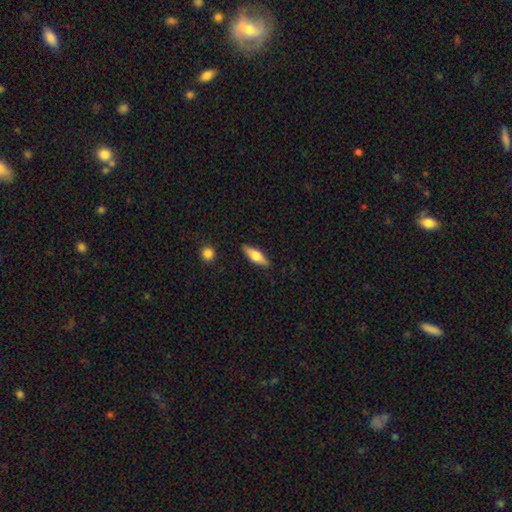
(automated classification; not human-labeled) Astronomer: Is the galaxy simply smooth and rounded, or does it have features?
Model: smooth — 59% (runner-up: featured or disk, 35%).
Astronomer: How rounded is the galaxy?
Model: in between — 52% (runner-up: cigar-shaped, 45%).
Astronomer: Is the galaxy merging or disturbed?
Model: none — 86%.